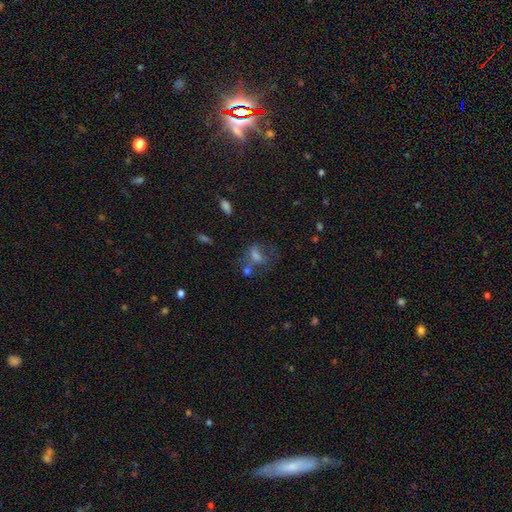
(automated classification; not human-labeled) The model was most divided on "smooth or featured": smooth: 44%, featured or disk: 28%, star or artifact: 28%. Remaining: merging — none (46%).